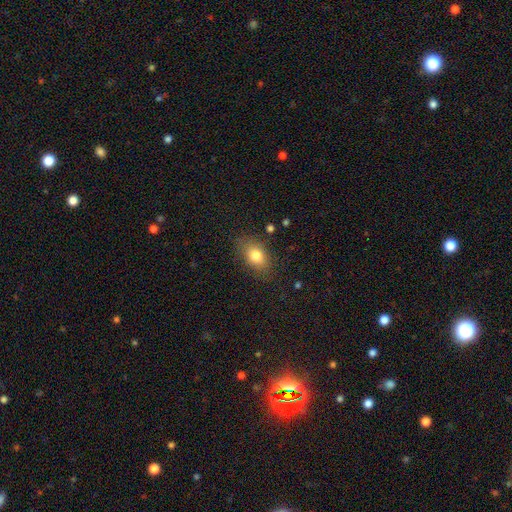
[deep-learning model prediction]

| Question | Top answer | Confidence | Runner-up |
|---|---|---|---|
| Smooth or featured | smooth | 79% | featured or disk (11%) |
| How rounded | in between | 77% | round (21%) |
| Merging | none | 80% | minor disturbance (14%) |